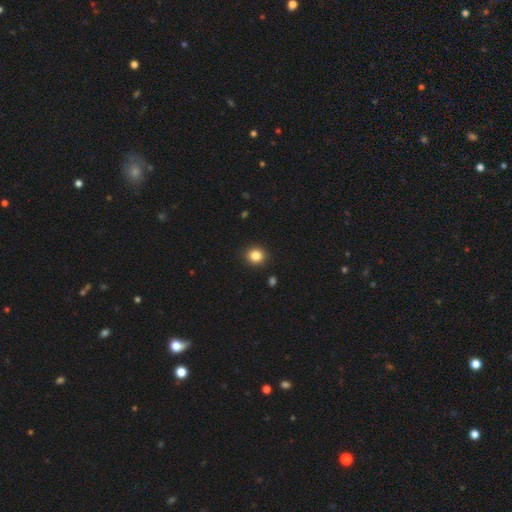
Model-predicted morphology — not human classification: type=smooth (85%); roundness=round (81%); merging=none (91%).